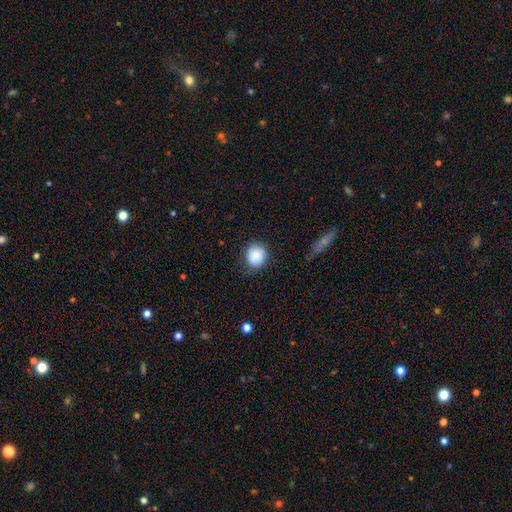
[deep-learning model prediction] This appears to be a smooth galaxy with no disk features (87%) that is round (78%). Merging: none (71%).